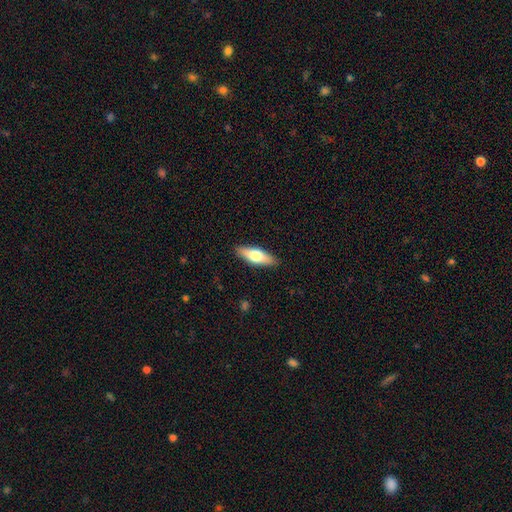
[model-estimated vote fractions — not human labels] A smooth galaxy with no disk features (61%) that is in between round and cigar-shaped (56%). Merging: none (89%).